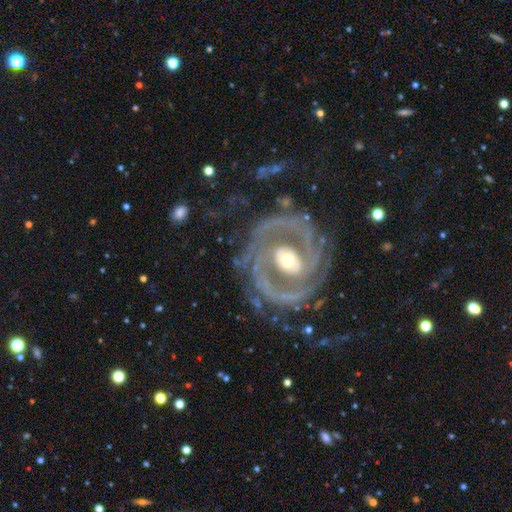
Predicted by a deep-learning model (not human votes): Morphology: type=featured or disk (92%); edge-on=no (97%); bar=no (45%); spiral arms=yes (96%); winding=tight (60%); arm count=2 (56%); bulge=moderate (64%); merging=none (66%).